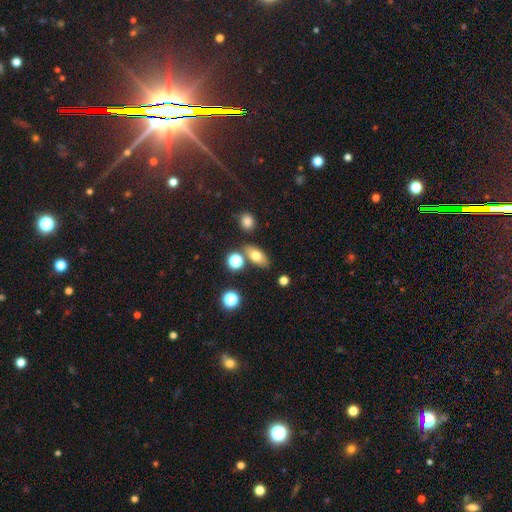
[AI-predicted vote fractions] A smooth galaxy with no disk features (71%) that is in between round and cigar-shaped (80%).

Vote fractions:
- Smooth or featured? smooth: 71% / featured or disk: 17% / star or artifact: 12%
- How rounded? in between: 80% / round: 11% / cigar-shaped: 9%
- Merging? none: 77% / minor disturbance: 11% / merger: 9% / major disturbance: 3%